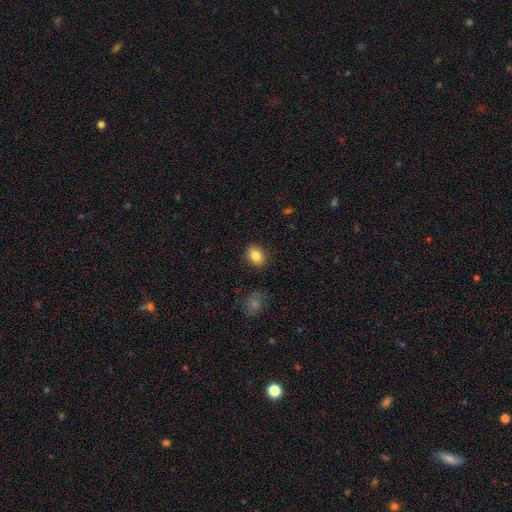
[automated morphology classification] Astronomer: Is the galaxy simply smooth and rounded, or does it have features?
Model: smooth — 84%.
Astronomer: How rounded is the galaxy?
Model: in between — 60% (runner-up: round, 38%).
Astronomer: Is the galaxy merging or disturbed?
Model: none — 88%.